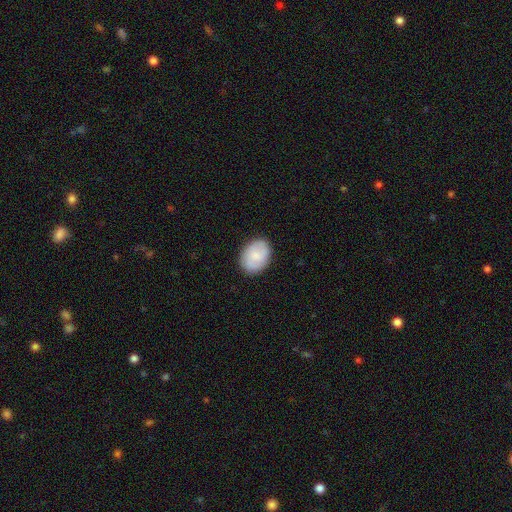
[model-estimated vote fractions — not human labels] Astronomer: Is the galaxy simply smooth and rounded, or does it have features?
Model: smooth — 70%.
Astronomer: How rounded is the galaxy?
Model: in between — 72%.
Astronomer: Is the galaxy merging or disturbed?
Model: none — 85%.